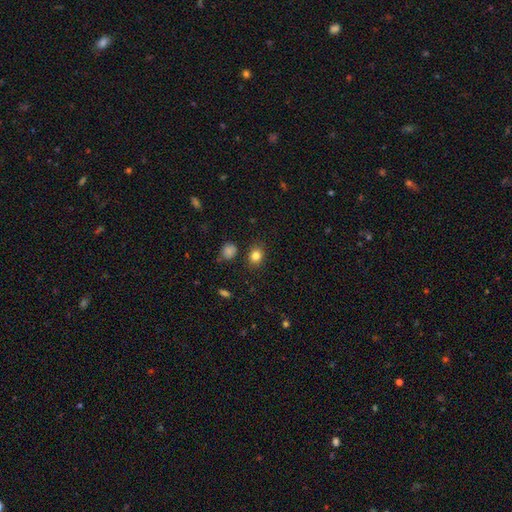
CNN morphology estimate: Smooth or featured?
  - smooth: 83% *
  - star or artifact: 11%
  - featured or disk: 6%
How rounded?
  - round: 60% *
  - in between: 39%
  - cigar-shaped: 1%
Merging?
  - none: 83% *
  - minor disturbance: 11%
  - major disturbance: 3%
  - merger: 3%